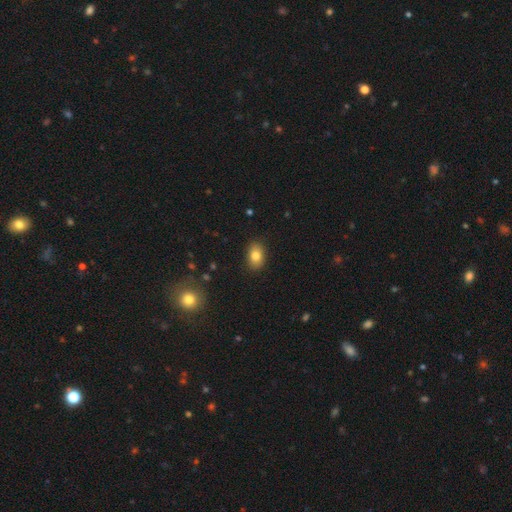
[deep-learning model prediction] Smooth or featured? Predicted: smooth (p=0.81). How rounded? Predicted: in between (p=0.81). Merging? Predicted: none (p=0.88).